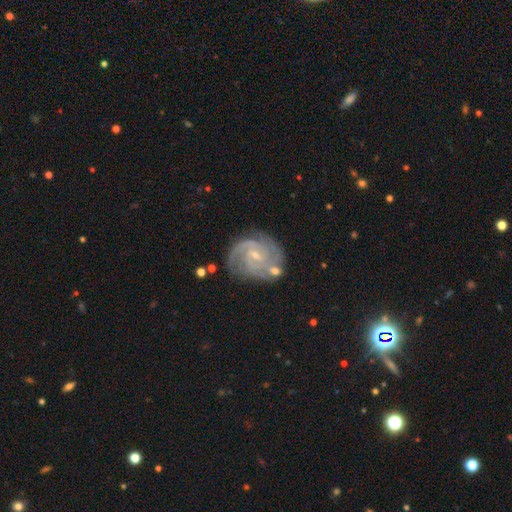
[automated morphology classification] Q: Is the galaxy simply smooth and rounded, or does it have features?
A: featured or disk — 89%.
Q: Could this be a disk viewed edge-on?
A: no — 98%.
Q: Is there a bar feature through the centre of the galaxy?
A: weak — 46%.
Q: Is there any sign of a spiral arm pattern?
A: yes — 98%.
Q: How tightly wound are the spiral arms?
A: tight — 61%.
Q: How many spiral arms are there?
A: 2 — 41%.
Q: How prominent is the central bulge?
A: small — 74%.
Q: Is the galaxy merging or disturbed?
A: none — 67%.